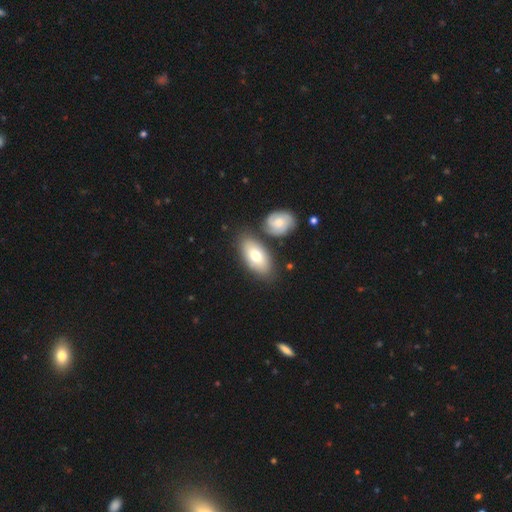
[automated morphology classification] The model was most divided on "smooth or featured": smooth: 72%, featured or disk: 22%, star or artifact: 6%. More confident: how rounded — in between (92%); merging — none (71%).